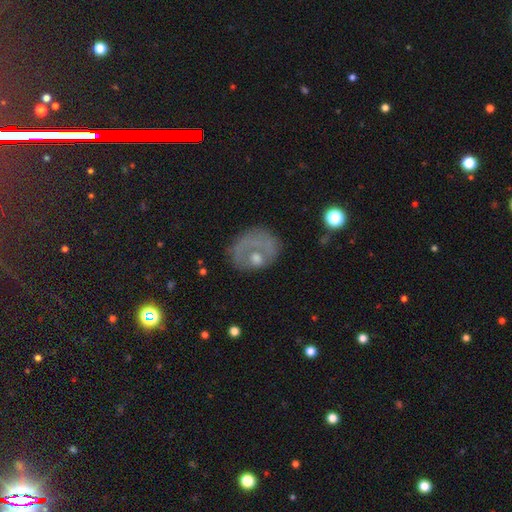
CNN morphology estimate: Smooth or featured: featured or disk — 49% (smooth — 39%)
Merging: none — 46% (major disturbance — 29%)